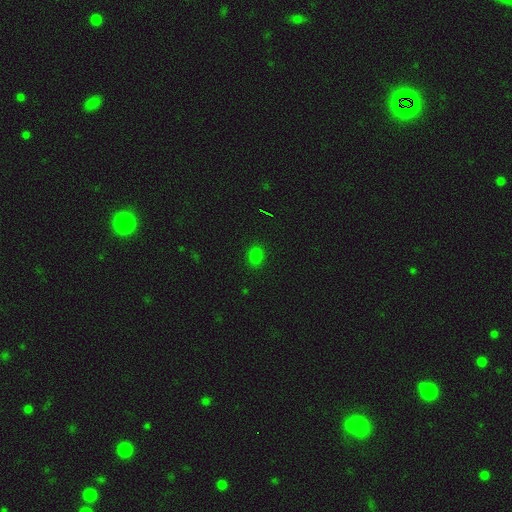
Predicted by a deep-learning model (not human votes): Smooth or featured: smooth — 78% (star or artifact — 17%)
How rounded: in between — 54% (round — 45%)
Merging: none — 88% (minor disturbance — 9%)